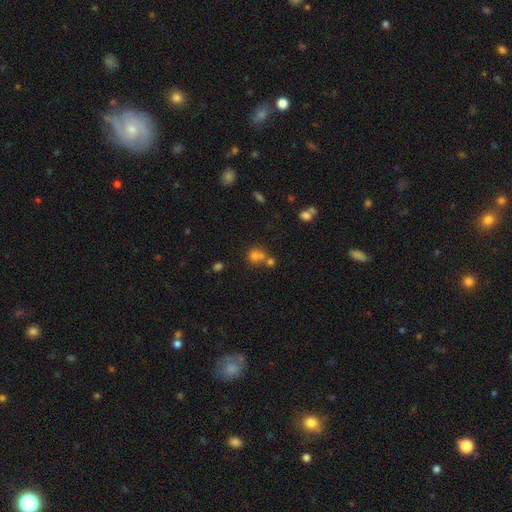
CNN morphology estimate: smooth-or-featured: smooth: 69% | star or artifact: 18% | featured or disk: 13%
  how-rounded: round: 79% | in between: 20% | cigar-shaped: 1%
  merging: merger: 46% | none: 41% | minor disturbance: 9% | major disturbance: 5%